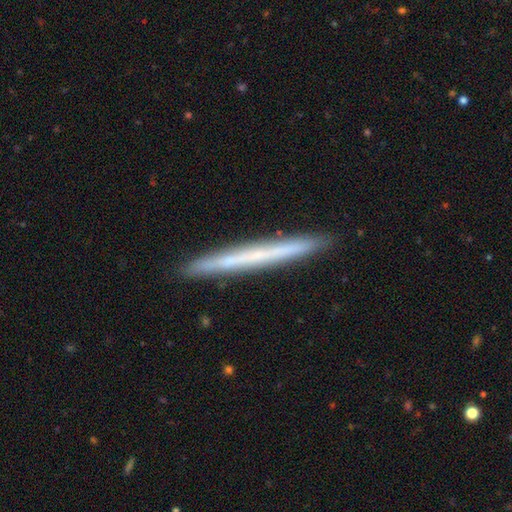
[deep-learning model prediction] smooth_or_featured: featured or disk (p=0.50) [alt: smooth p=0.44]
merging: none (p=0.92) [alt: minor disturbance p=0.06]